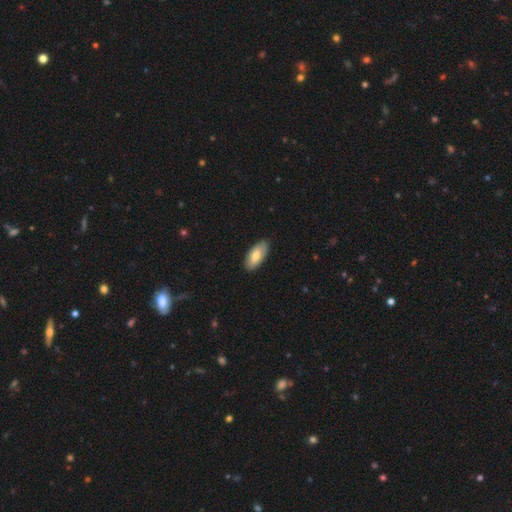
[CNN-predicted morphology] A smooth galaxy with no disk features (73%) that is in between round and cigar-shaped (89%).

Vote fractions:
- Smooth or featured? smooth: 73% / featured or disk: 21% / star or artifact: 5%
- How rounded? in between: 89% / cigar-shaped: 9% / round: 2%
- Merging? none: 87% / minor disturbance: 10% / major disturbance: 2% / merger: 1%